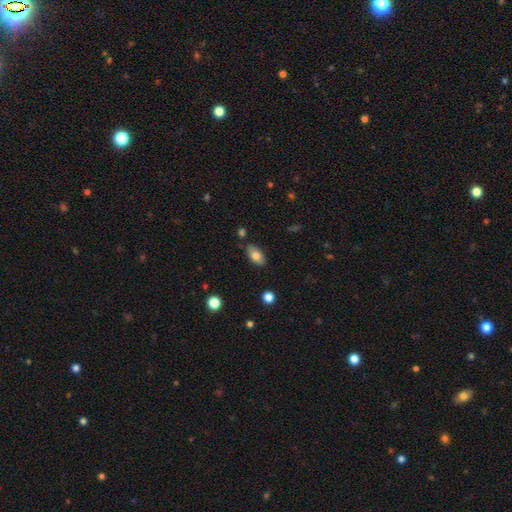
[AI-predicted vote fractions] smooth-or-featured: smooth: 79% | featured or disk: 13% | star or artifact: 8%
  how-rounded: in between: 91% | round: 5% | cigar-shaped: 4%
  merging: none: 81% | minor disturbance: 14% | merger: 3% | major disturbance: 3%